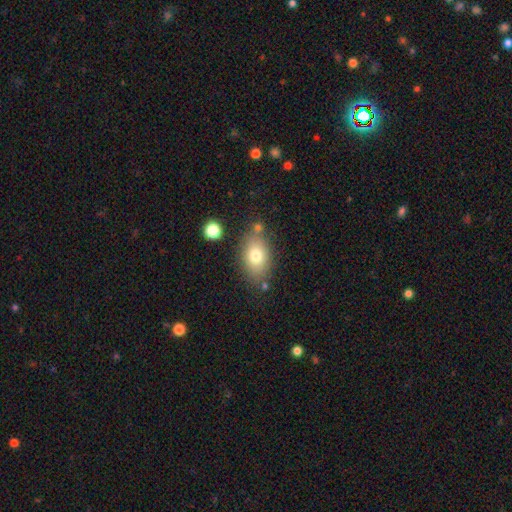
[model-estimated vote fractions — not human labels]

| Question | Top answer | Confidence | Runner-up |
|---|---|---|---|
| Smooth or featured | smooth | 76% | featured or disk (14%) |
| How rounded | in between | 85% | round (13%) |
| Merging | none | 72% | minor disturbance (16%) |